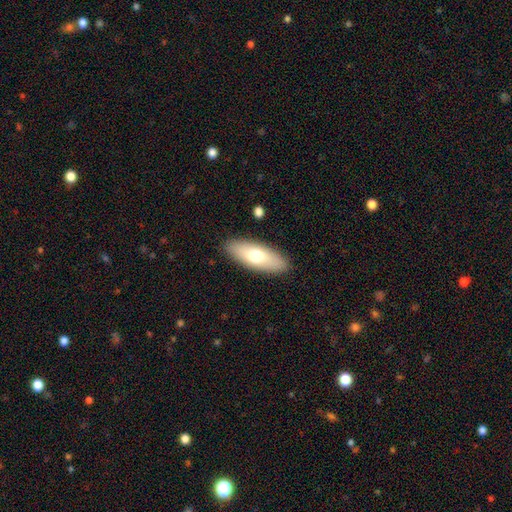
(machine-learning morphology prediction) smooth 69%, featured or disk 25%, star or artifact 6%. Down the decision tree: how rounded — in between (71%); merging — none (89%).